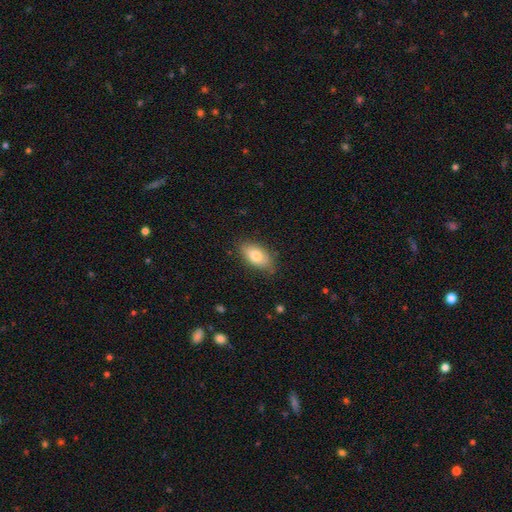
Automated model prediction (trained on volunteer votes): Smooth or featured? smooth (79%)
How rounded? in between (91%)
Merging? none (80%)